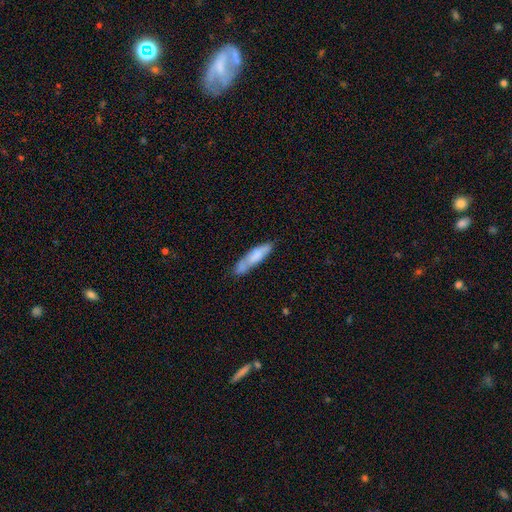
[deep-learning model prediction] Smooth or featured? Predicted: smooth (p=0.70). How rounded? Predicted: cigar-shaped (p=0.72). Merging? Predicted: none (p=0.62).